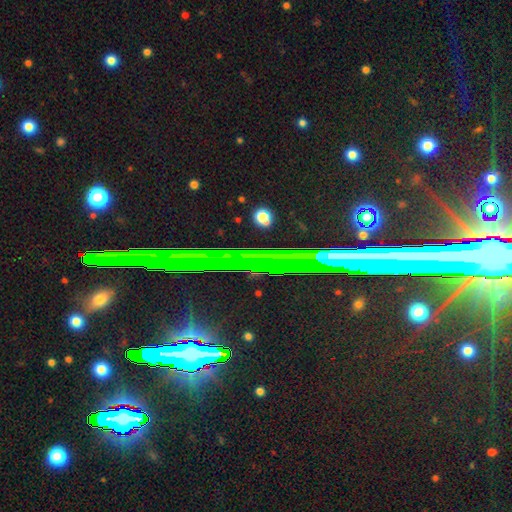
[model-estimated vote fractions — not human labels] smooth-or-featured: star or artifact: 73% | smooth: 16% | featured or disk: 11%